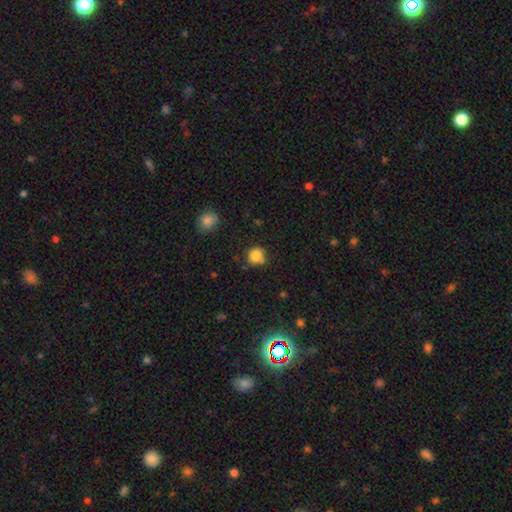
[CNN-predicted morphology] Overall: smooth (83%). How rounded: round (83%). Merging: none (67%).